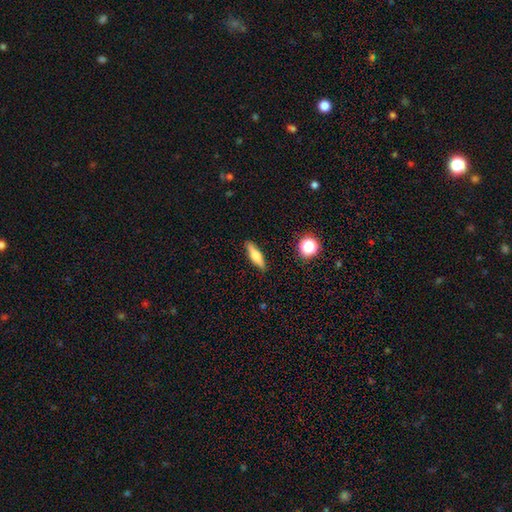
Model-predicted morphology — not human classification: Overall: smooth (50%; featured or disk 42%). Merging: none (89%).